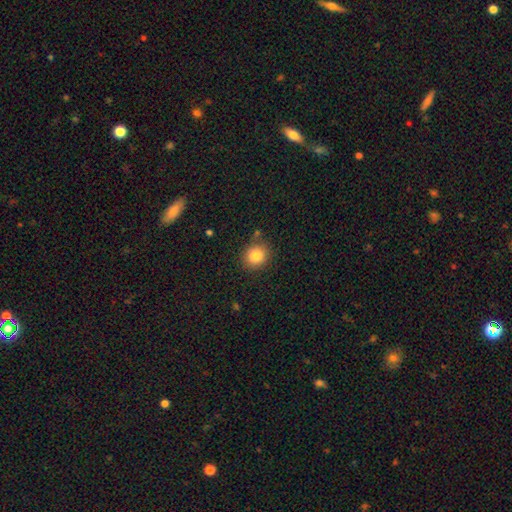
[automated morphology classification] type=smooth (82%); roundness=round (79%); merging=none (83%).